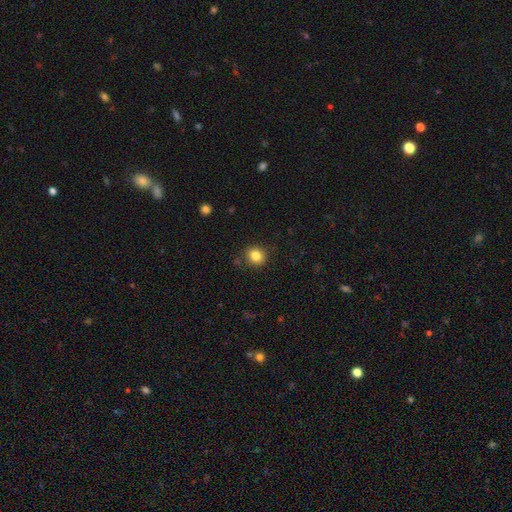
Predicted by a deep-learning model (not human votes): Smooth or featured?
  - smooth: 84% *
  - star or artifact: 11%
  - featured or disk: 5%
How rounded?
  - round: 80% *
  - in between: 20%
  - cigar-shaped: 1%
Merging?
  - none: 87% *
  - minor disturbance: 9%
  - major disturbance: 3%
  - merger: 2%